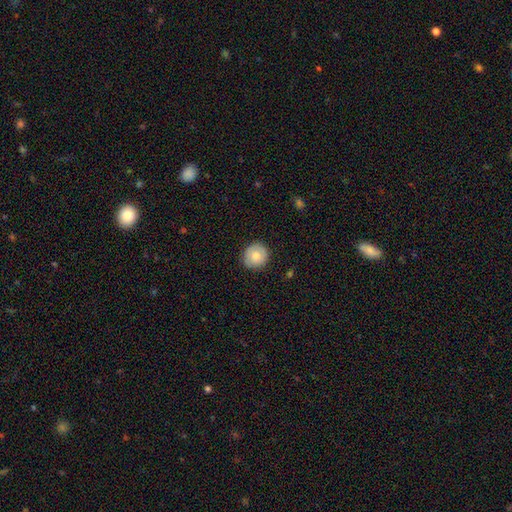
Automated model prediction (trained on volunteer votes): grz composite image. It shows a smooth galaxy with no disk features (80%) that is round (90%). Merging: none (87%).